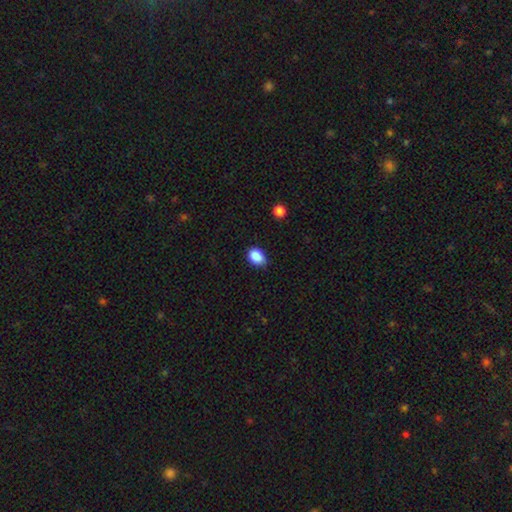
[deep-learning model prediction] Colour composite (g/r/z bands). It shows a smooth galaxy with no disk features (88%) that is in between round and cigar-shaped (73%). Merging: none (76%).